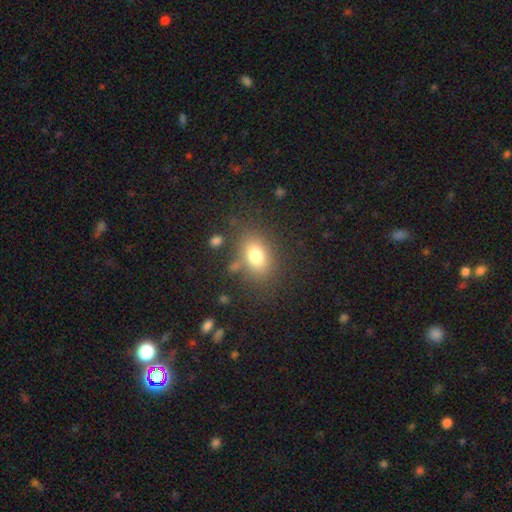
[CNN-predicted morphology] A smooth galaxy with no disk features (76%) that is in between round and cigar-shaped (72%).

Vote fractions:
- Smooth or featured? smooth: 76% / featured or disk: 12% / star or artifact: 12%
- How rounded? in between: 72% / round: 26% / cigar-shaped: 2%
- Merging? none: 74% / minor disturbance: 14% / major disturbance: 7% / merger: 5%